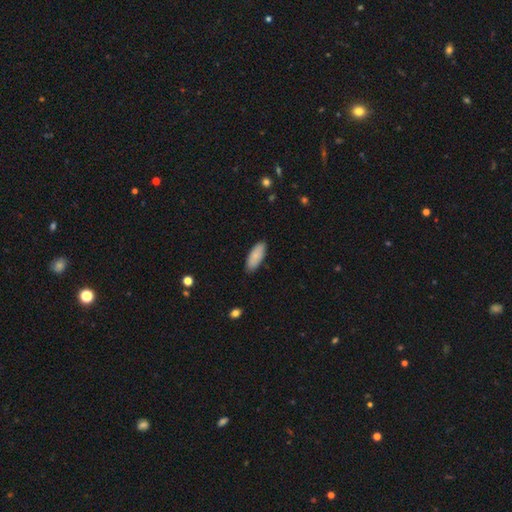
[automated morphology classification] smooth 86%, featured or disk 8%, star or artifact 6%. Down the decision tree: how rounded — in between (77%); merging — none (87%).